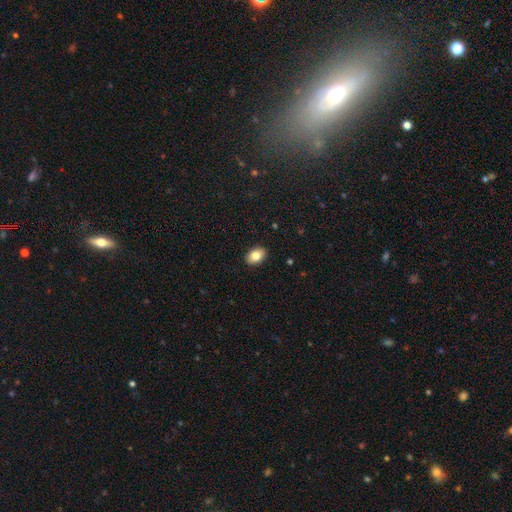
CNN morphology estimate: A smooth galaxy with no disk features (82%) that is in between round and cigar-shaped (85%).

Vote fractions:
- Smooth or featured? smooth: 82% / featured or disk: 10% / star or artifact: 8%
- How rounded? in between: 85% / round: 14% / cigar-shaped: 1%
- Merging? none: 90% / minor disturbance: 7% / major disturbance: 2% / merger: 1%